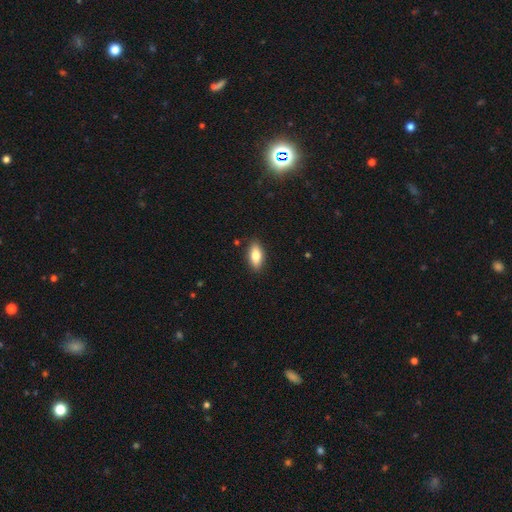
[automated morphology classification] Smooth or featured: smooth — 79% (featured or disk — 14%)
How rounded: in between — 85% (cigar-shaped — 12%)
Merging: none — 87% (minor disturbance — 9%)